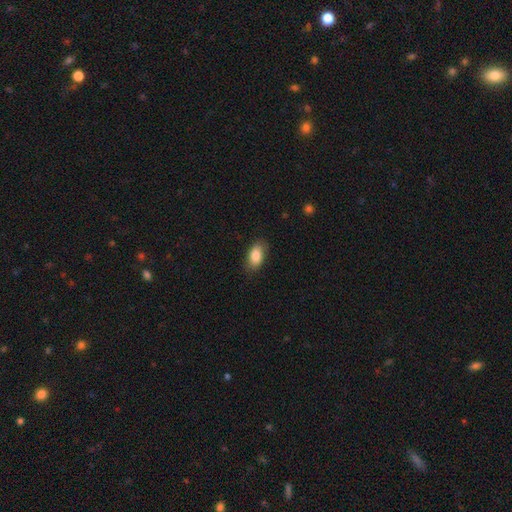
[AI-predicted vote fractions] Morphology: type=smooth (85%); roundness=in between (91%); merging=none (83%).